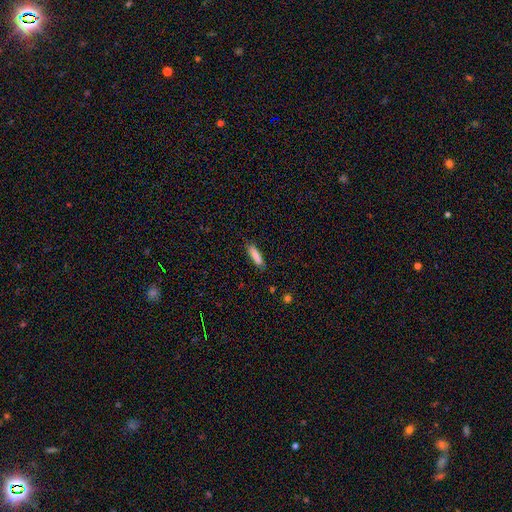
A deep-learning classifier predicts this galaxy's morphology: smooth 84%, featured or disk 9%, star or artifact 7%. Down the decision tree: how rounded — cigar-shaped (67%); merging — none (81%).